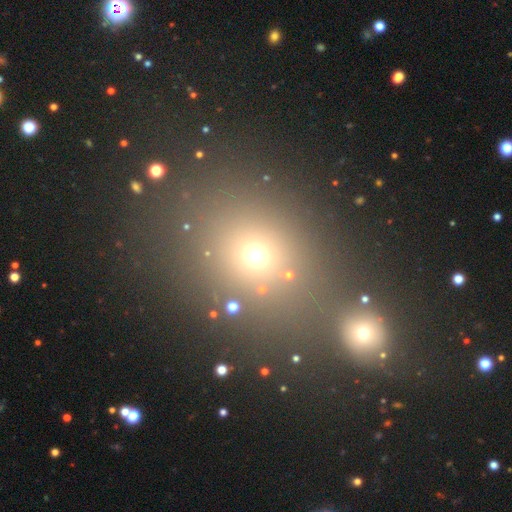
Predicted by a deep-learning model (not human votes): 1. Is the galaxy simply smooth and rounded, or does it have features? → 59% smooth, 31% star or artifact, 10% featured or disk.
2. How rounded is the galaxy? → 67% round, 31% in between, 2% cigar-shaped.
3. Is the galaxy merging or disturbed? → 68% none, 17% merger, 9% minor disturbance, 5% major disturbance.